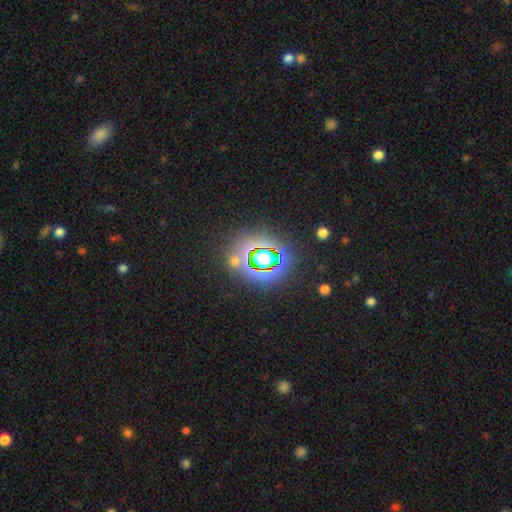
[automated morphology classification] Smooth or featured? Predicted: star or artifact (p=0.64).